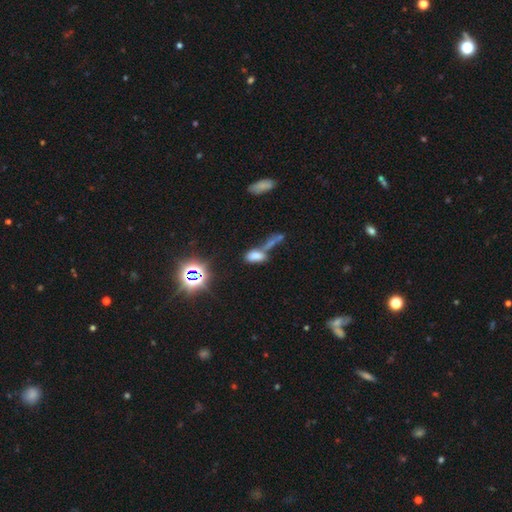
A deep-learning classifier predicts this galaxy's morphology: Smooth or featured?
  - smooth: 65% *
  - star or artifact: 22%
  - featured or disk: 13%
How rounded?
  - in between: 86% *
  - cigar-shaped: 8%
  - round: 6%
Merging?
  - merger: 54% *
  - none: 24%
  - major disturbance: 11%
  - minor disturbance: 11%